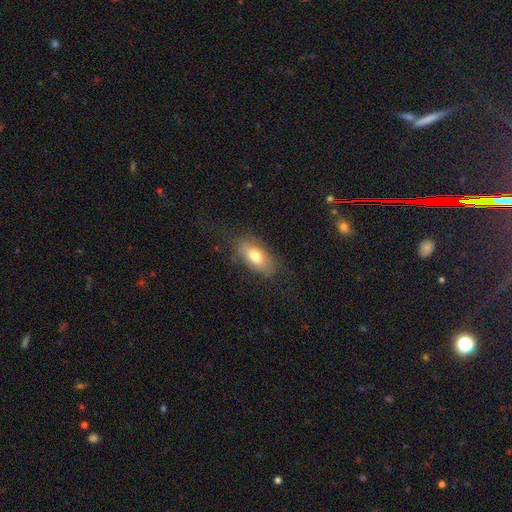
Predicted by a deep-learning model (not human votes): This is likely a smooth galaxy (73%). How rounded: clearly in between (88%). Merging: likely none (75%).